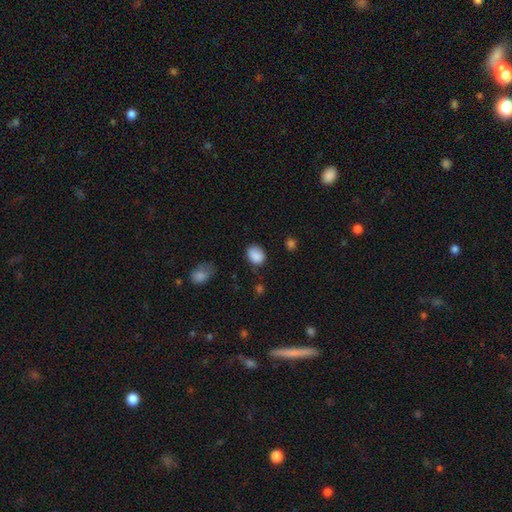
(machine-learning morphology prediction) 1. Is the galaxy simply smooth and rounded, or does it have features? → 88% smooth, 8% star or artifact, 4% featured or disk.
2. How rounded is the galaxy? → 66% in between, 33% round, 1% cigar-shaped.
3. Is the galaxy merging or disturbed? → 68% none, 24% minor disturbance, 6% major disturbance, 2% merger.